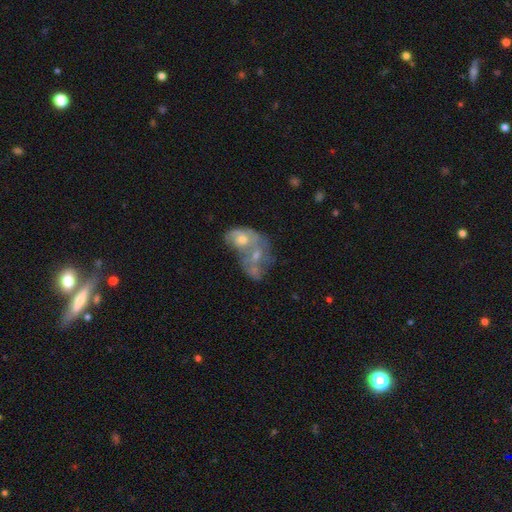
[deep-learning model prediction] Smooth or featured: featured or disk — 55% (smooth — 35%)
Edge-on disk: no — 96% (yes — 4%)
Bar: no — 82% (weak — 15%)
Spiral arms: no — 60% (yes — 40%)
Bulge size: moderate — 54% (small — 31%)
Merging: merger — 76% (none — 11%)